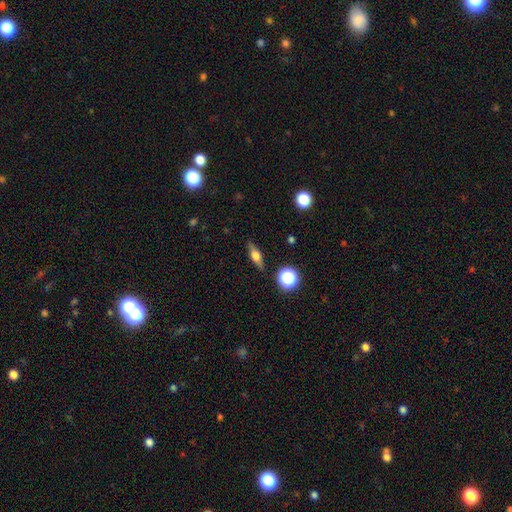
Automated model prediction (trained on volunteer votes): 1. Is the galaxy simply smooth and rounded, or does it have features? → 46% smooth, 44% featured or disk, 10% star or artifact.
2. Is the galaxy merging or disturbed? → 86% none, 10% minor disturbance, 3% major disturbance, 2% merger.